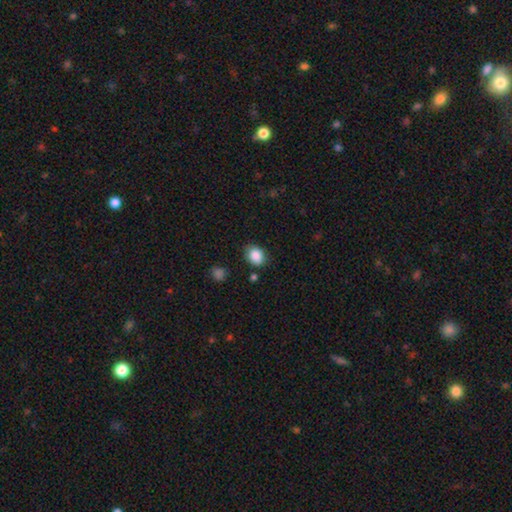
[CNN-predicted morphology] smooth_or_featured: smooth (p=0.87) [alt: star or artifact p=0.09]
how_rounded: in between (p=0.51) [alt: round p=0.48]
merging: none (p=0.78) [alt: minor disturbance p=0.15]